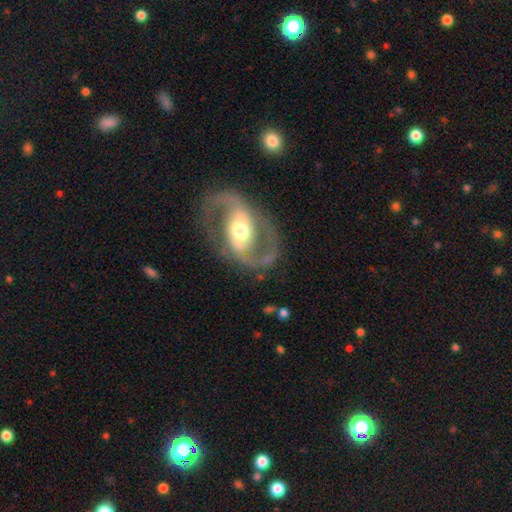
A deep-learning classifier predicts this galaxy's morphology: This is clearly a featured or disk galaxy (89%). It is clearly not viewed edge-on (96%). Bar: marginally strong (42%). Spiral arm pattern: clearly yes (94%). Spiral arm count: clearly 2 (92%). Spiral winding: possibly medium (55%). Central bulge: likely moderate (67%). Merging: clearly none (81%).